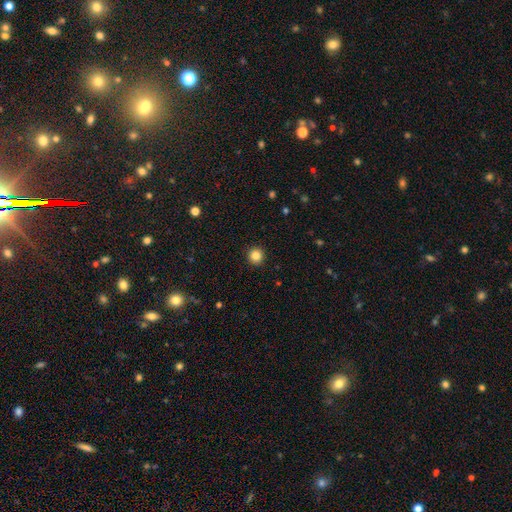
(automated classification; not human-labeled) Smooth or featured?
  - smooth: 84% *
  - star or artifact: 12%
  - featured or disk: 5%
How rounded?
  - round: 95% *
  - in between: 4%
  - cigar-shaped: 1%
Merging?
  - none: 93% *
  - minor disturbance: 4%
  - major disturbance: 2%
  - merger: 1%